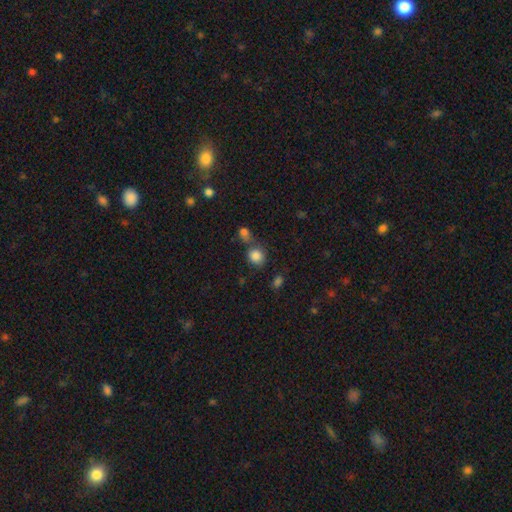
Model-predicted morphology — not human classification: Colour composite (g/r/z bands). It shows a smooth galaxy with no disk features (84%) that is round (79%). Merging: none (59%).